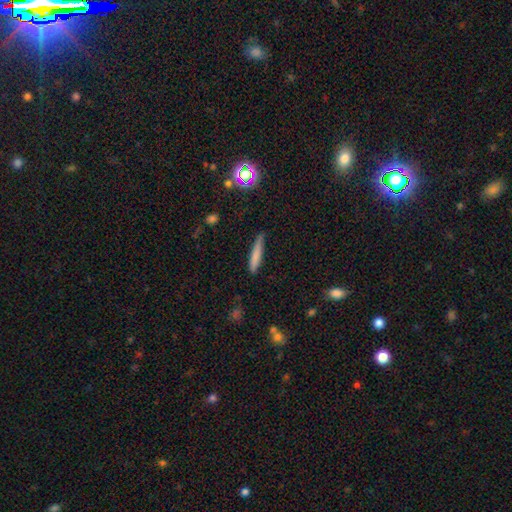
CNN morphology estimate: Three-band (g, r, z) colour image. It shows a smooth galaxy with no disk features (75%) that is cigar-shaped (91%). Merging: none (77%).